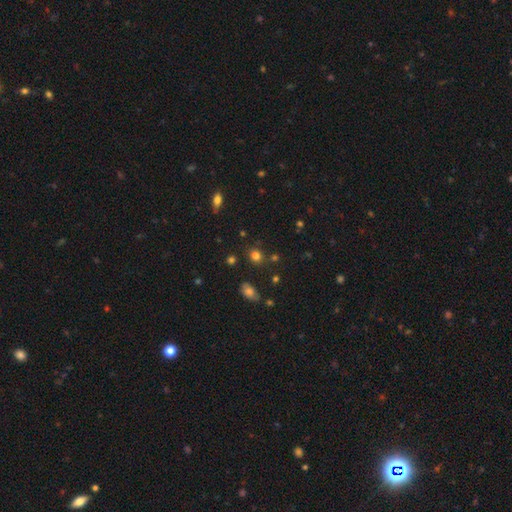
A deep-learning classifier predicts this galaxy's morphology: This appears to be a smooth galaxy with no disk features (79%) that is round (74%). Merging: none (81%).